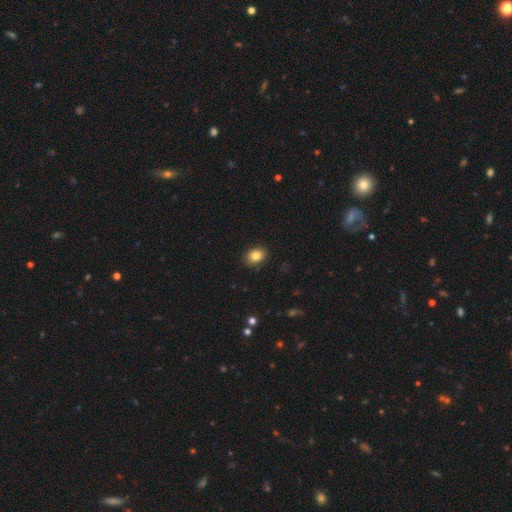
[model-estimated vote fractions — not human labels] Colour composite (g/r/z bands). It shows a smooth galaxy with no disk features (84%) that is in between round and cigar-shaped (63%). Merging: none (89%).